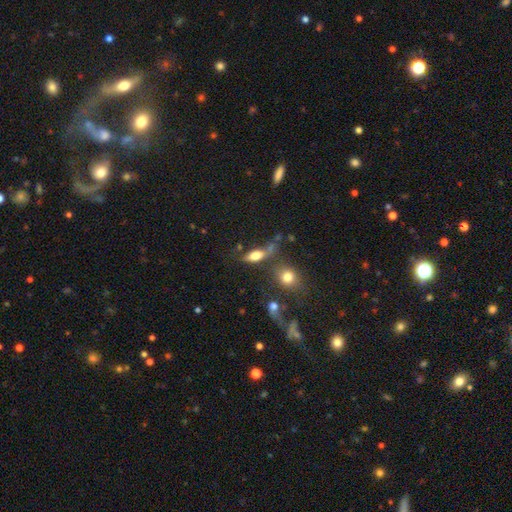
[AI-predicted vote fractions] Smooth or featured? smooth (69%)
How rounded? in between (74%)
Merging? none (50%)